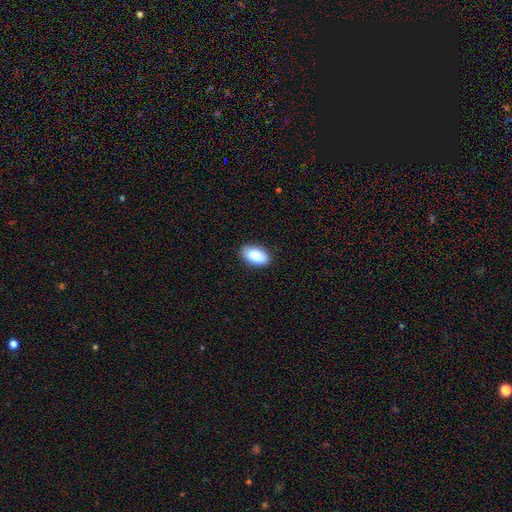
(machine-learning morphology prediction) A smooth galaxy with no disk features (90%) that is in between round and cigar-shaped (95%).

Vote fractions:
- Smooth or featured? smooth: 90% / star or artifact: 6% / featured or disk: 4%
- How rounded? in between: 95% / round: 4% / cigar-shaped: 2%
- Merging? none: 85% / minor disturbance: 11% / major disturbance: 2% / merger: 1%